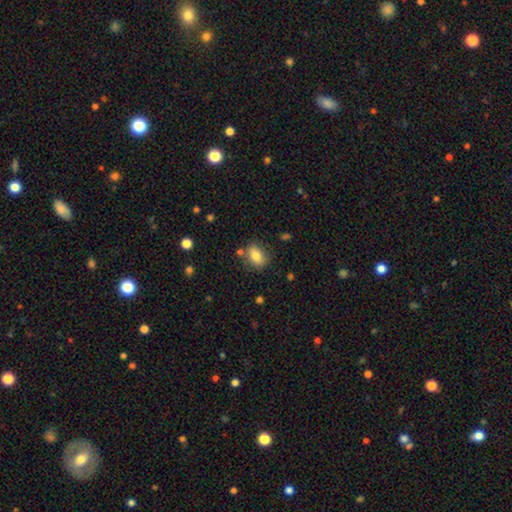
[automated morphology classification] A smooth galaxy with no disk features (80%) that is in between round and cigar-shaped (74%).

Vote fractions:
- Smooth or featured? smooth: 80% / featured or disk: 11% / star or artifact: 9%
- How rounded? in between: 74% / round: 24% / cigar-shaped: 2%
- Merging? none: 77% / minor disturbance: 14% / merger: 5% / major disturbance: 4%